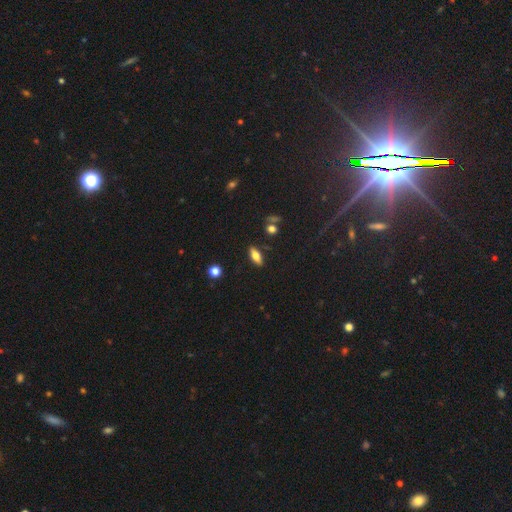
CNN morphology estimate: smooth_or_featured: smooth (p=0.64) [alt: featured or disk p=0.27]
how_rounded: in between (p=0.75) [alt: cigar-shaped p=0.21]
merging: none (p=0.85) [alt: minor disturbance p=0.10]